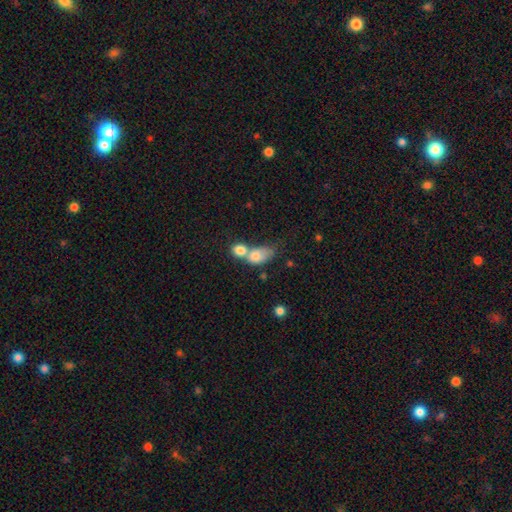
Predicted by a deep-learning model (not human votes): The model was most divided on "how rounded": in between: 70%, round: 27%, cigar-shaped: 4%. More confident: smooth or featured — smooth (75%); merging — merger (71%).